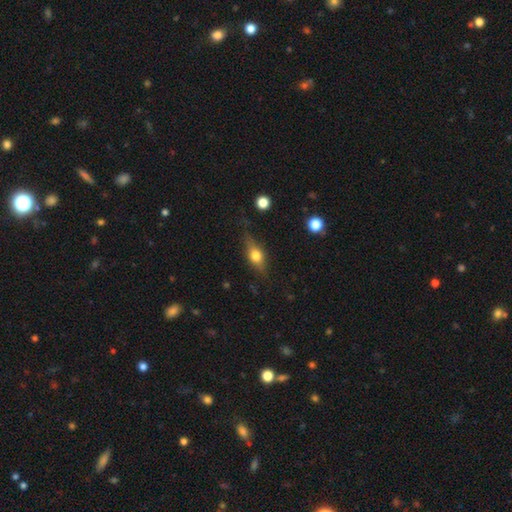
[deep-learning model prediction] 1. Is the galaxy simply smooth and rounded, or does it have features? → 57% smooth, 34% featured or disk, 9% star or artifact.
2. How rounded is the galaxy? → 61% in between, 25% cigar-shaped, 14% round.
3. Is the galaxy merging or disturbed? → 71% none, 21% minor disturbance, 7% major disturbance, 2% merger.